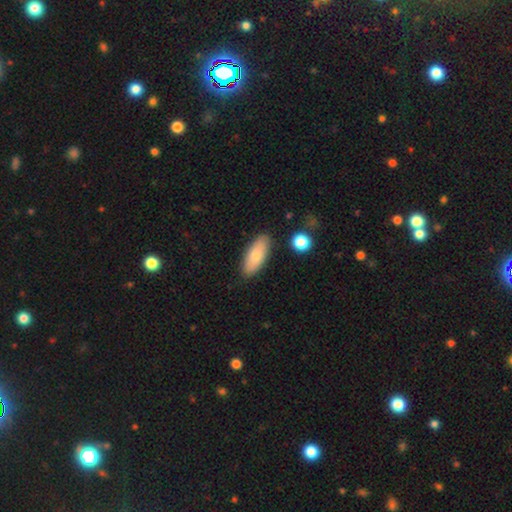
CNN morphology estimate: A smooth galaxy with no disk features (76%) that is in between round and cigar-shaped (82%). Merging: none (84%).